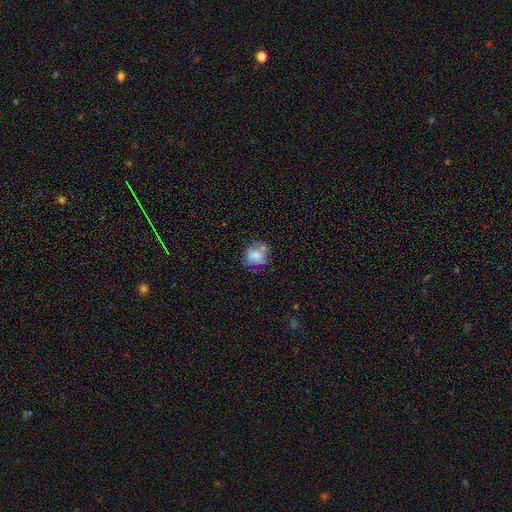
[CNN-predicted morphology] Q: Smooth or featured?
A: smooth (68%); runner-up: featured or disk (22%)
Q: How rounded?
A: round (66%); runner-up: in between (33%)
Q: Merging?
A: none (52%); runner-up: minor disturbance (25%)